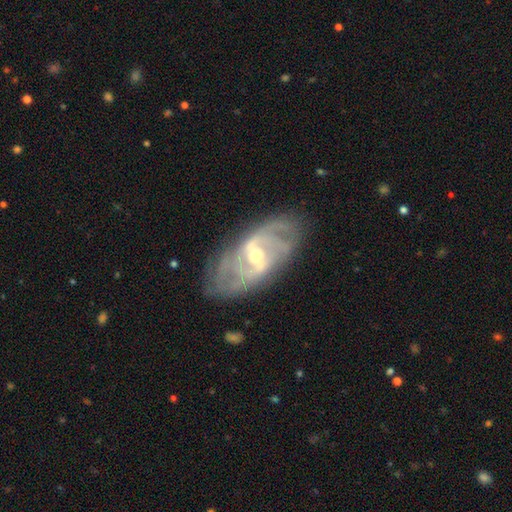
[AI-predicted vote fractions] Smooth or featured?
  - featured or disk: 87% *
  - smooth: 7%
  - star or artifact: 6%
Edge-on disk?
  - no: 93% *
  - yes: 7%
Bar?
  - weak: 47% *
  - strong: 36%
  - no: 17%
Spiral arms?
  - yes: 94% *
  - no: 6%
Spiral winding?
  - tight: 47% *
  - medium: 38%
  - loose: 15%
Spiral arm count?
  - 2: 35% *
  - can't tell: 31%
  - 3: 15%
  - 4: 9%
  - more than 4: 5%
  - 1: 4%
Bulge size?
  - moderate: 54% *
  - small: 42%
  - large: 3%
  - none: 1%
  - dominant: 1%
Merging?
  - none: 77% *
  - minor disturbance: 16%
  - major disturbance: 6%
  - merger: 1%